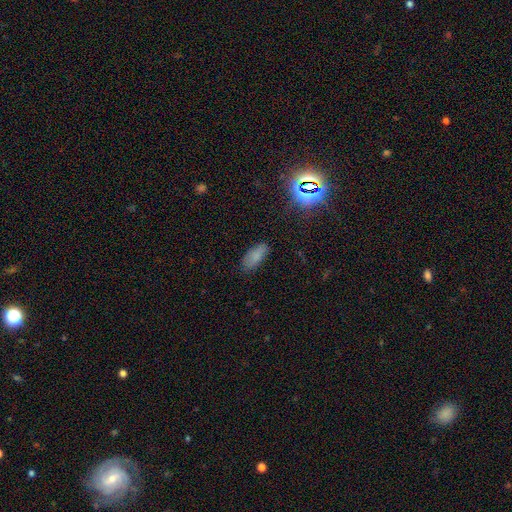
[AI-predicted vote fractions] smooth 78%, star or artifact 13%, featured or disk 8%. Down the decision tree: how rounded — in between (85%); merging — none (79%).